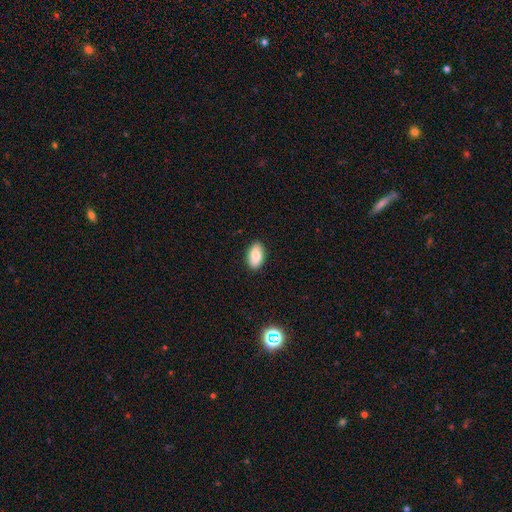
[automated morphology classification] This appears to be a smooth galaxy with no disk features (83%) that is in between round and cigar-shaped (93%). Merging: none (88%).